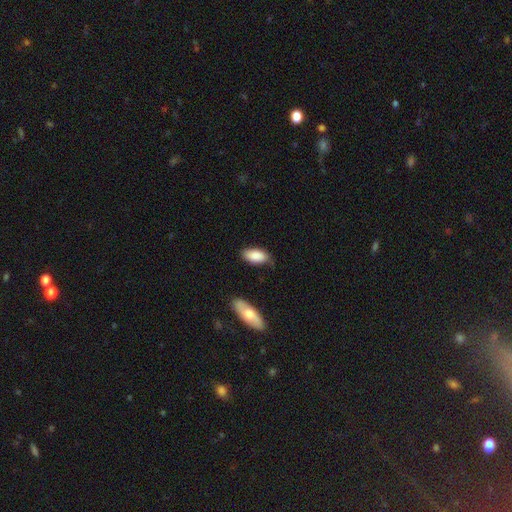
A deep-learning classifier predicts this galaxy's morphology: This is clearly a smooth galaxy (86%). How rounded: clearly in between (91%). Merging: likely none (71%).